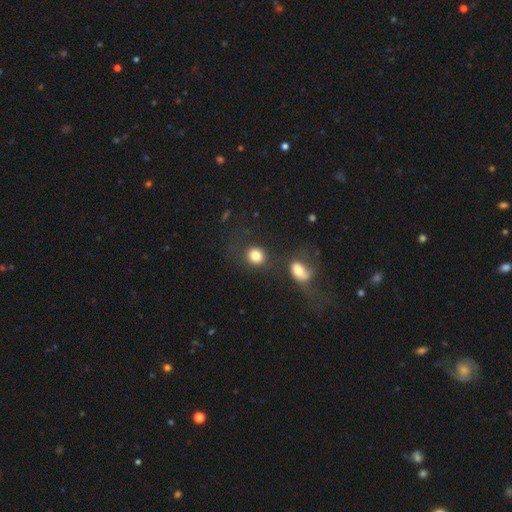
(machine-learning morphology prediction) A smooth galaxy with no disk features (83%) that is round (77%).

Vote fractions:
- Smooth or featured? smooth: 83% / star or artifact: 10% / featured or disk: 7%
- How rounded? round: 77% / in between: 22% / cigar-shaped: 1%
- Merging? none: 68% / merger: 13% / minor disturbance: 11% / major disturbance: 7%